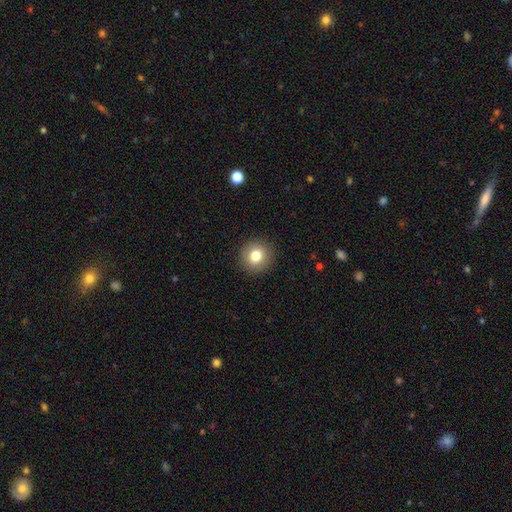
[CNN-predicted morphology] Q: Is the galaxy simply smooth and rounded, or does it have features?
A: smooth — 80%.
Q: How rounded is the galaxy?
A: round — 90%.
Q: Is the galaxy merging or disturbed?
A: none — 92%.